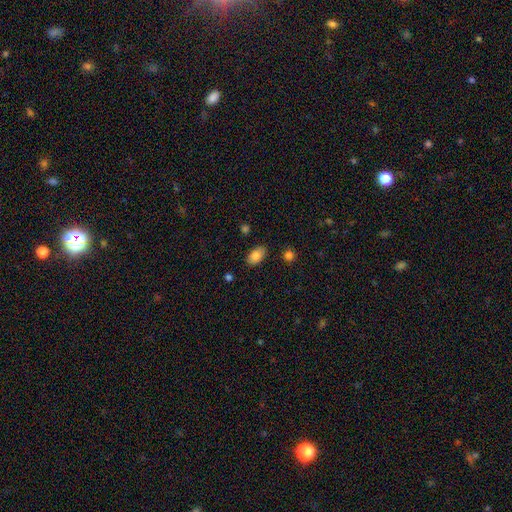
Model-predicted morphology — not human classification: Smooth or featured? Predicted: smooth (p=0.84). How rounded? Predicted: in between (p=0.91). Merging? Predicted: none (p=0.84).